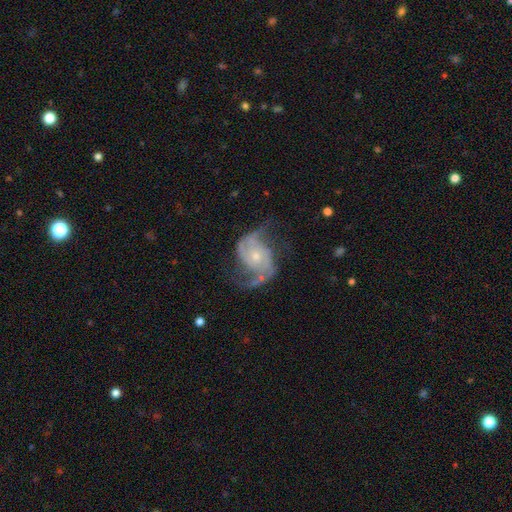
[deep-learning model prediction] A featured or disk galaxy (88%) with no bar (66%), 2 (90%) medium (47%) spiral arms (97%) and a small central bulge (61%). Merging: none (62%).